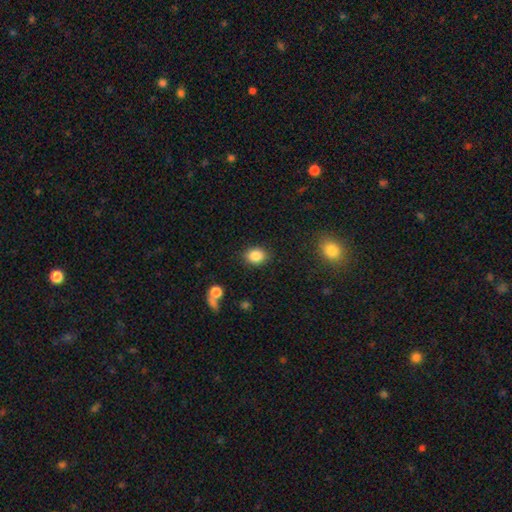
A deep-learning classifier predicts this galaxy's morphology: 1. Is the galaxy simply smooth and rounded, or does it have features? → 85% smooth, 10% star or artifact, 5% featured or disk.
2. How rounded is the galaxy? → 51% in between, 48% round, 1% cigar-shaped.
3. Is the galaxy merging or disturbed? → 86% none, 9% minor disturbance, 3% major disturbance, 2% merger.